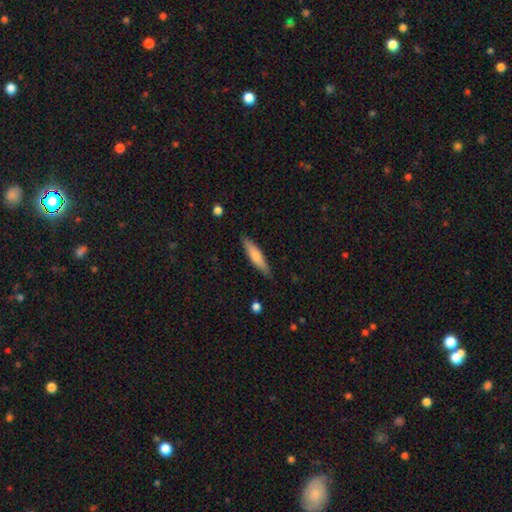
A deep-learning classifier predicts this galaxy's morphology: This is likely a smooth galaxy (65%). How rounded: clearly cigar-shaped (82%). Merging: clearly none (87%).